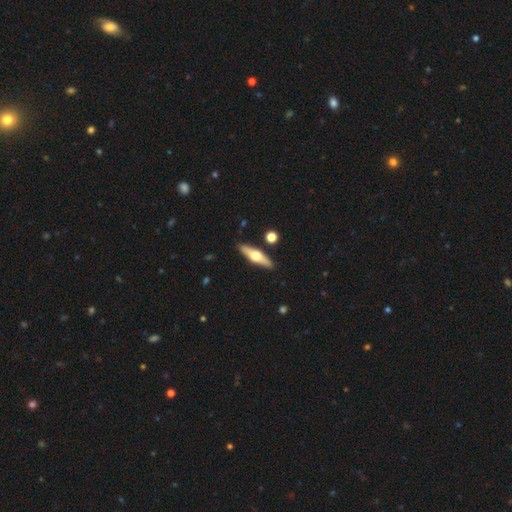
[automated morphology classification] Smooth or featured?
  - featured or disk: 58% *
  - smooth: 37%
  - star or artifact: 6%
Edge-on disk?
  - yes: 92% *
  - no: 8%
Edge-on bulge?
  - rounded: 94% *
  - boxy: 3%
  - none: 2%
Merging?
  - none: 88% *
  - minor disturbance: 7%
  - merger: 3%
  - major disturbance: 2%